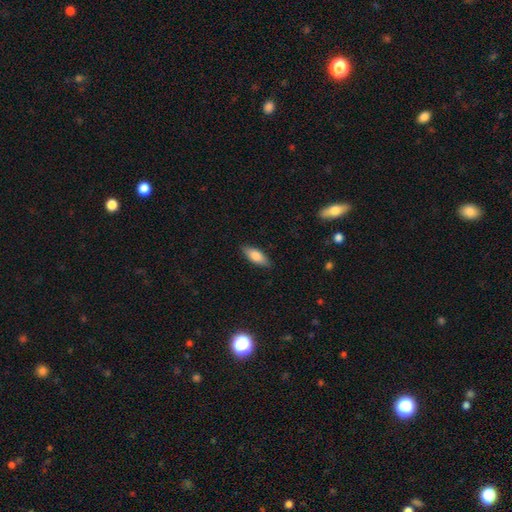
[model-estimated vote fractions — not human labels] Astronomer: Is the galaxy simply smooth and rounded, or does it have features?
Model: smooth — 79%.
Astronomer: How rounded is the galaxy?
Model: in between — 76%.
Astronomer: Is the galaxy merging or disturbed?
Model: none — 86%.